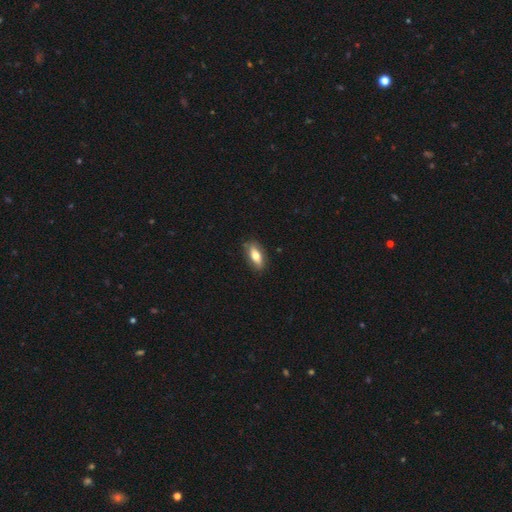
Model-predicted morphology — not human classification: Overall: smooth (71%). How rounded: in between (77%). Merging: none (82%).